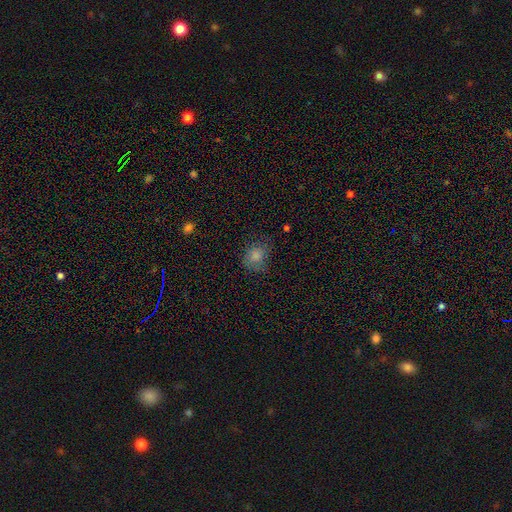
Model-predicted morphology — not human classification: Smooth or featured? Predicted: smooth (p=0.79). How rounded? Predicted: round (p=0.61). Merging? Predicted: none (p=0.64).